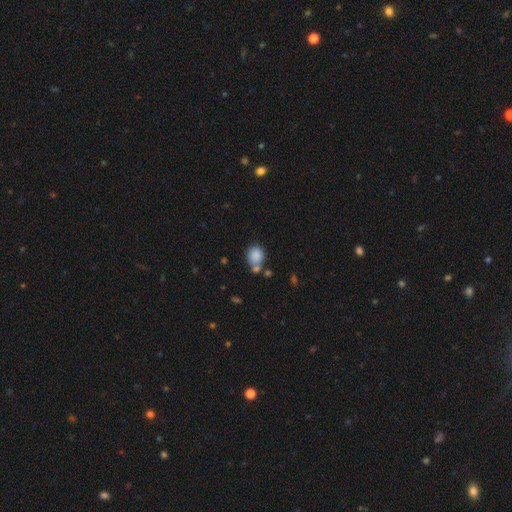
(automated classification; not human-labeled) Smooth or featured?
  - smooth: 84% *
  - star or artifact: 9%
  - featured or disk: 6%
How rounded?
  - round: 69% *
  - in between: 30%
  - cigar-shaped: 1%
Merging?
  - none: 50% *
  - merger: 29%
  - minor disturbance: 16%
  - major disturbance: 6%